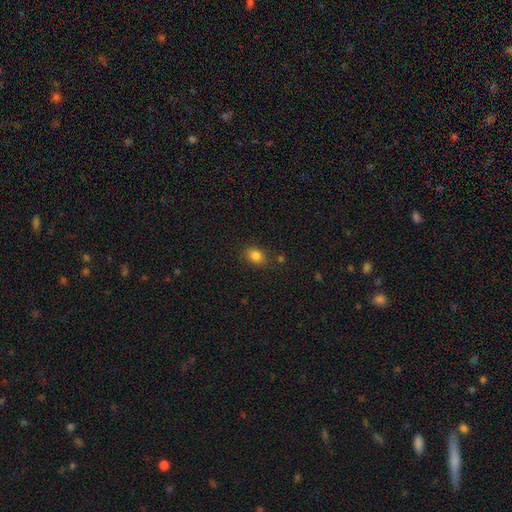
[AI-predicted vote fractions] smooth 83%, star or artifact 11%, featured or disk 6%. Down the decision tree: how rounded — in between (65%); merging — none (81%).